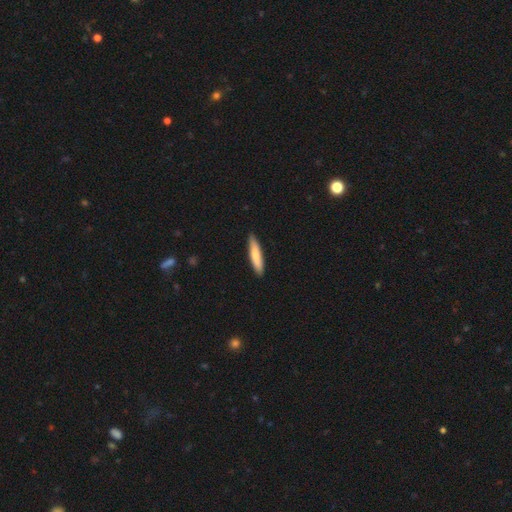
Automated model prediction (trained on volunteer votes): Smooth or featured? smooth (78%)
How rounded? cigar-shaped (86%)
Merging? none (89%)